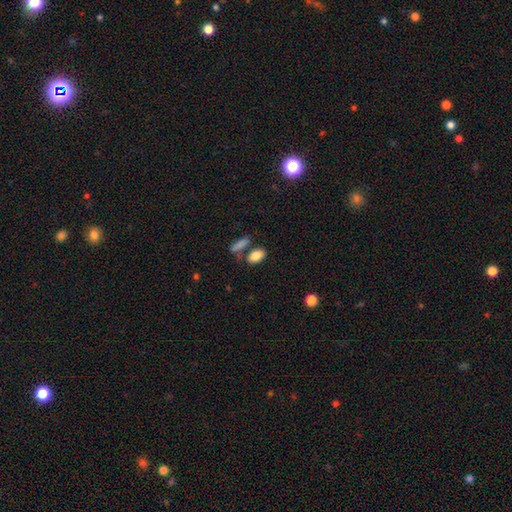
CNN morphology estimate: Smooth or featured? smooth (84%)
How rounded? in between (91%)
Merging? none (67%)